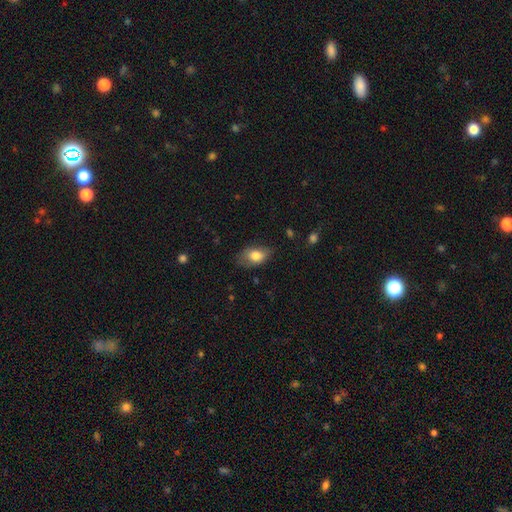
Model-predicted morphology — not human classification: smooth 79%, featured or disk 13%, star or artifact 7%. Down the decision tree: how rounded — in between (89%); merging — none (65%).